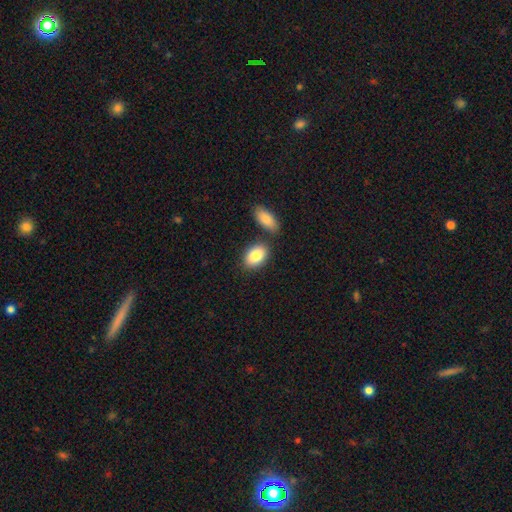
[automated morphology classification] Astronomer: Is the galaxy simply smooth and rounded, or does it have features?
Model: smooth — 84%.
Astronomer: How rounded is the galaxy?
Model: in between — 88%.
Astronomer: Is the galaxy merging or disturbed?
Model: none — 71%.